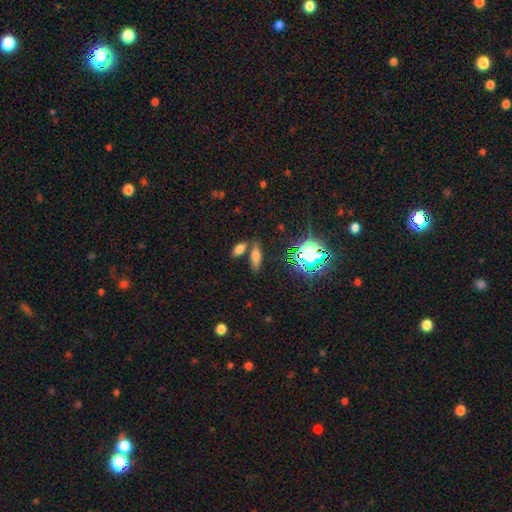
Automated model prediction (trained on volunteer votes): The model was most divided on "how rounded": in between: 62%, cigar-shaped: 33%, round: 5%. More confident: smooth or featured — smooth (67%); merging — none (67%).